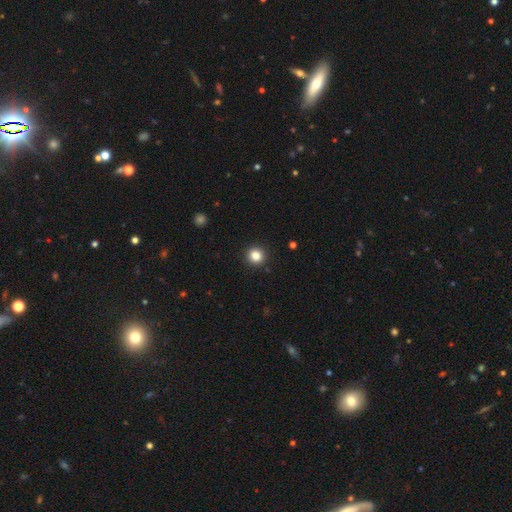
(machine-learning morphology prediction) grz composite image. It shows a smooth galaxy with no disk features (84%) that is round (92%). Merging: none (93%).